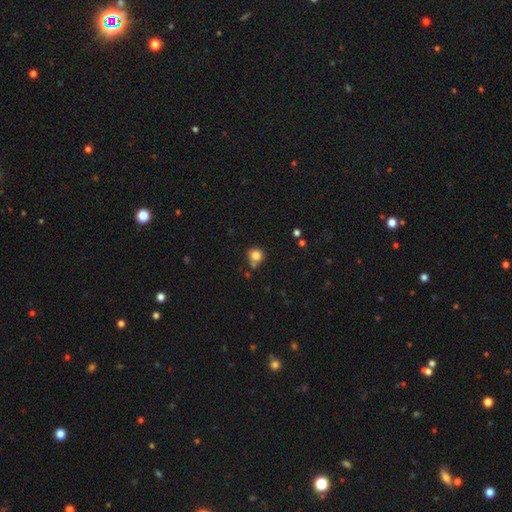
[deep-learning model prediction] The model was most divided on "merging": none: 66%, minor disturbance: 17%, merger: 12%, major disturbance: 5%. More confident: how rounded — round (88%); smooth or featured — smooth (81%).